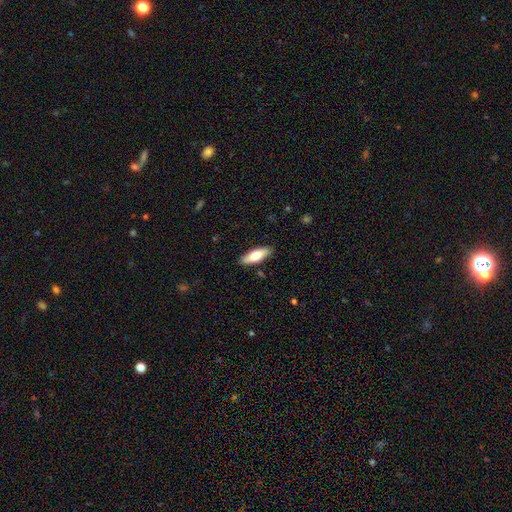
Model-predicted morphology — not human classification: A smooth galaxy with no disk features (74%) that is in between round and cigar-shaped (61%).

Vote fractions:
- Smooth or featured? smooth: 74% / featured or disk: 20% / star or artifact: 6%
- How rounded? in between: 61% / cigar-shaped: 38% / round: 2%
- Merging? none: 88% / minor disturbance: 9% / major disturbance: 2% / merger: 1%